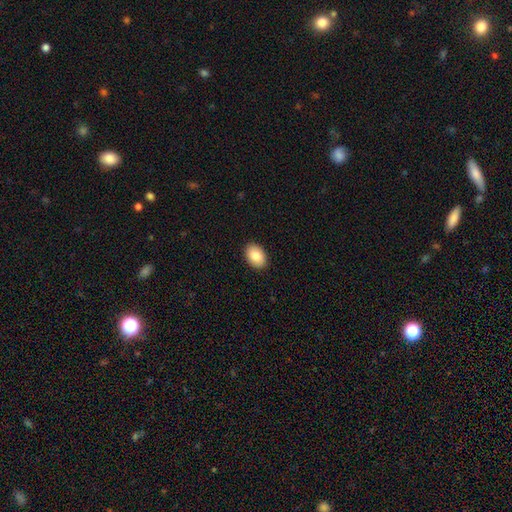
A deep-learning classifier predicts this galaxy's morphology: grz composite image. It shows a smooth galaxy with no disk features (86%) that is in between round and cigar-shaped (86%). Merging: none (91%).